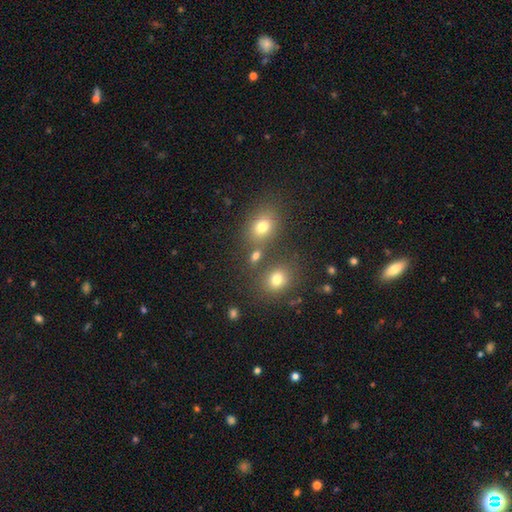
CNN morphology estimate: smooth 72%, star or artifact 19%, featured or disk 9%. Down the decision tree: how rounded — in between (50%); merging — none (65%).